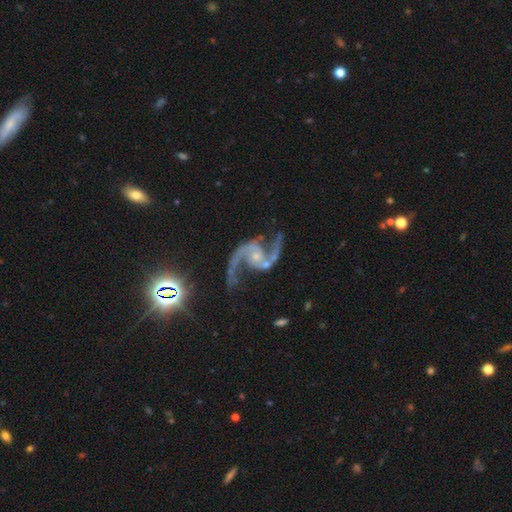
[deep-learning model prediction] This appears to be a featured or disk galaxy (91%) with no bar (56%), 2 (94%) loose (56%) spiral arms (98%) and a small central bulge (71%). Merging: none (67%).